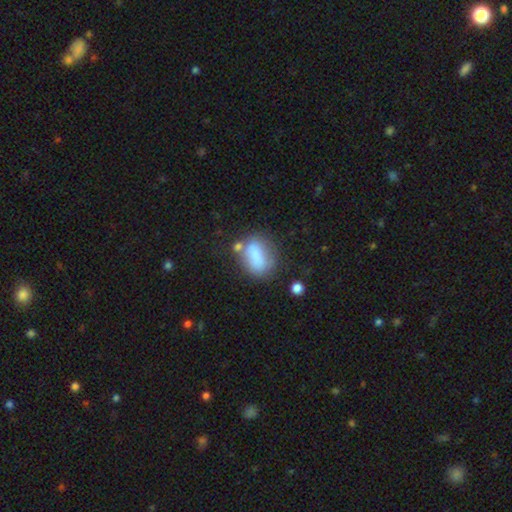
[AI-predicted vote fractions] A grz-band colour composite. It shows a smooth galaxy with no disk features (72%) that is in between round and cigar-shaped (77%). Merging: none (45%).